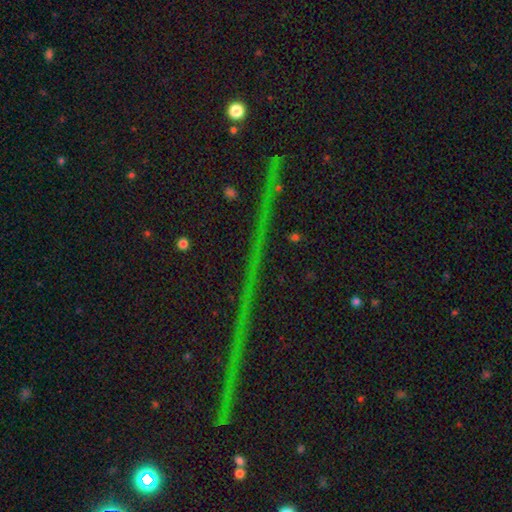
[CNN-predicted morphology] Q: Smooth or featured?
A: star or artifact (80%); runner-up: featured or disk (12%)